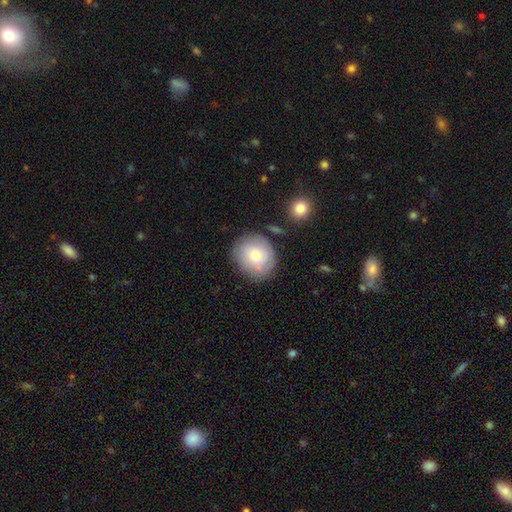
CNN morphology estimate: Smooth or featured: smooth — 66% (featured or disk — 27%)
How rounded: round — 80% (in between — 19%)
Merging: none — 74% (minor disturbance — 16%)